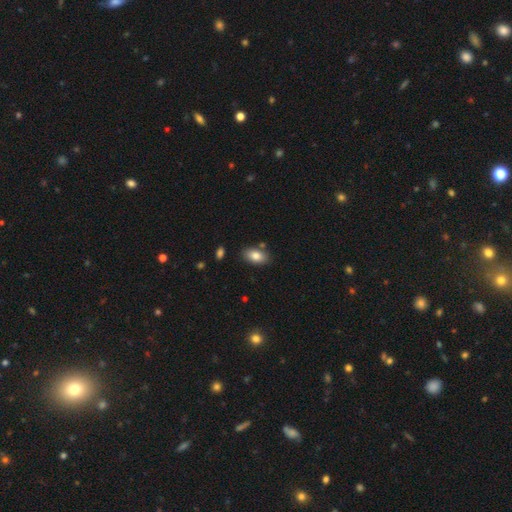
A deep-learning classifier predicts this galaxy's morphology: Smooth or featured: smooth — 83% (featured or disk — 10%)
How rounded: in between — 92% (round — 6%)
Merging: none — 81% (minor disturbance — 11%)